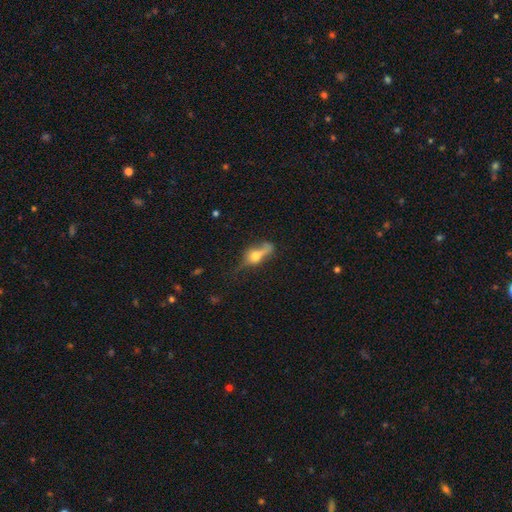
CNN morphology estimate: Overall: smooth (47%; featured or disk 40%). Merging: none (43%; minor disturbance 23%).